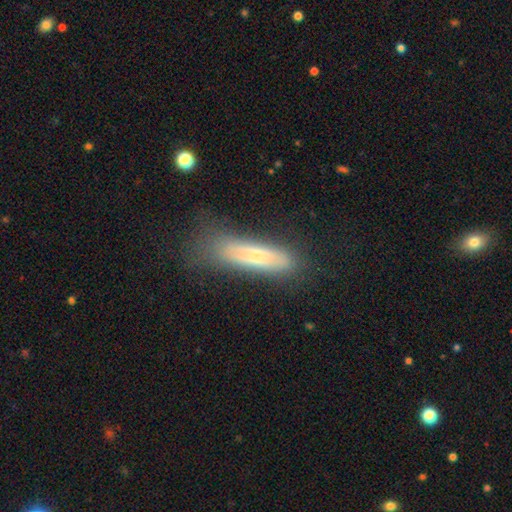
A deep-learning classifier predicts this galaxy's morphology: This is possibly a smooth galaxy (59%). How rounded: likely cigar-shaped (78%). Merging: likely none (63%).